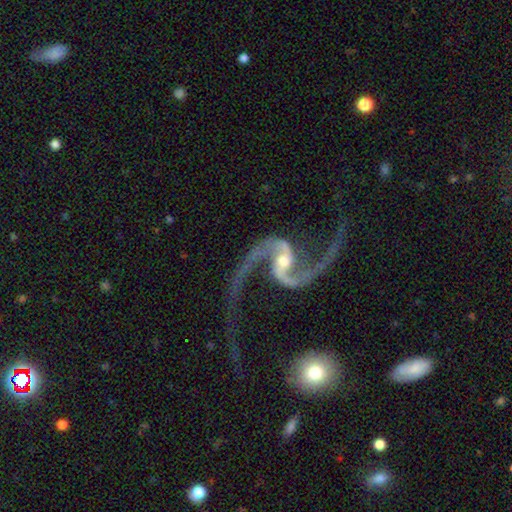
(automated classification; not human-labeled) Overall: featured or disk (94%). Edge-on disk: no (98%). Bar: weak (38%; no 33%). Spiral arms: yes (98%). Spiral arm count: 2 (95%). Spiral winding: loose (68%). Bulge size: small (53%; moderate 41%). Merging: none (67%).